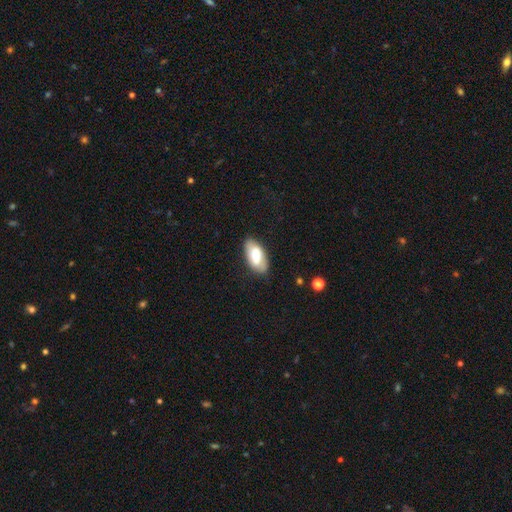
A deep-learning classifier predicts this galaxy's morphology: Smooth or featured: smooth — 68% (featured or disk — 25%)
How rounded: in between — 92% (cigar-shaped — 6%)
Merging: none — 77% (minor disturbance — 18%)